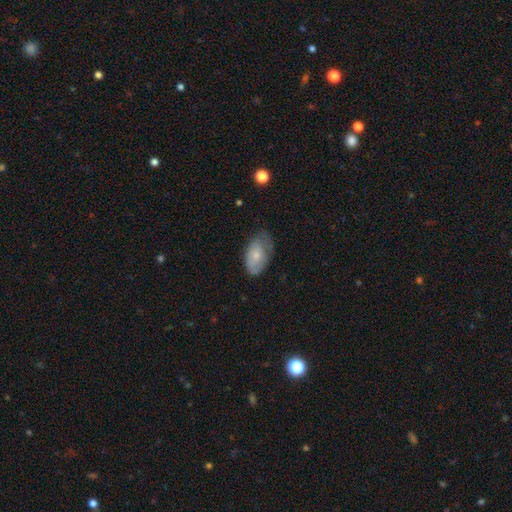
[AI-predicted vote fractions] Overall: smooth (70%). How rounded: in between (93%). Merging: none (52%; minor disturbance 35%).